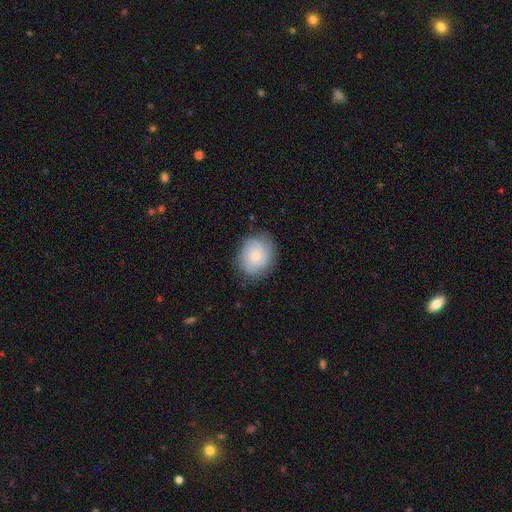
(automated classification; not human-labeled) Smooth or featured? smooth (51%)
How rounded? round (63%)
Merging? none (79%)